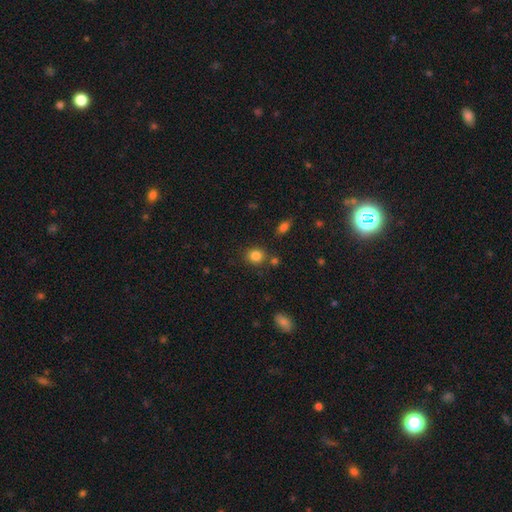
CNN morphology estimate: Smooth or featured? smooth (84%)
How rounded? round (79%)
Merging? none (80%)